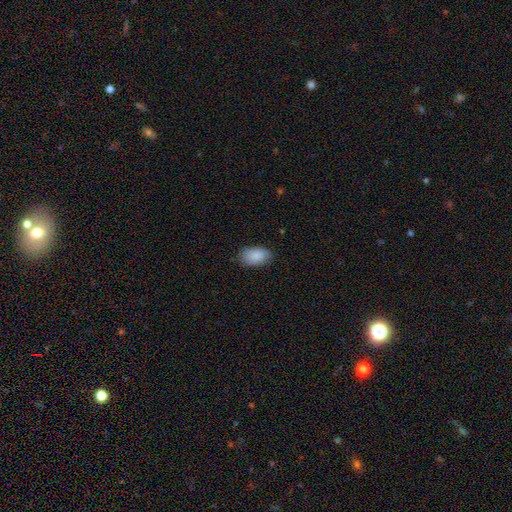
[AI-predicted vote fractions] This is clearly a smooth galaxy (89%). How rounded: clearly in between (93%). Merging: clearly none (81%).